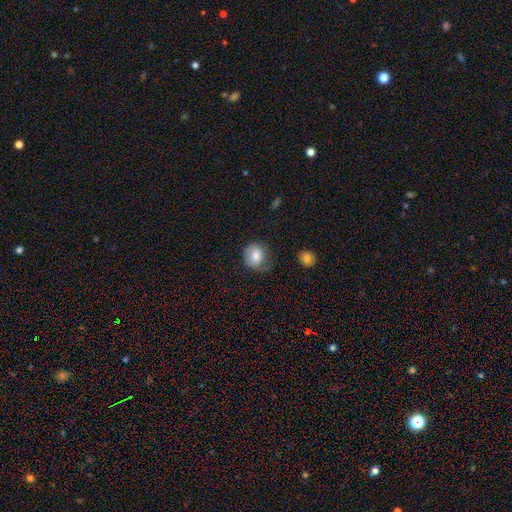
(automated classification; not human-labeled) Smooth or featured: smooth — 80% (featured or disk — 12%)
How rounded: round — 79% (in between — 20%)
Merging: none — 59% (minor disturbance — 27%)